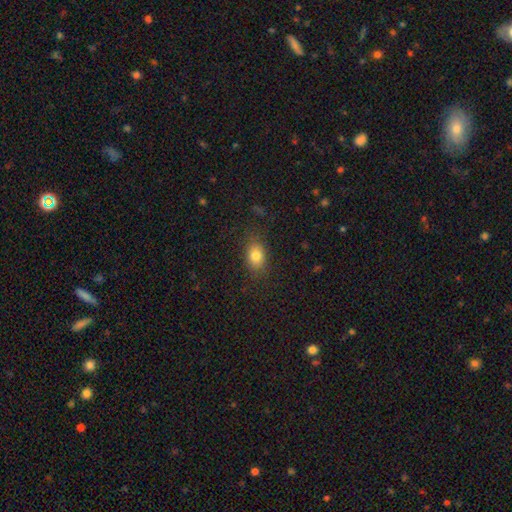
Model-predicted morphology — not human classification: This is clearly a smooth galaxy (81%). How rounded: likely in between (70%). Merging: clearly none (81%).